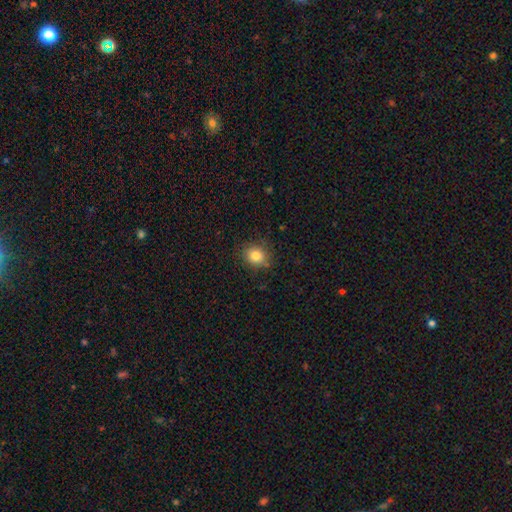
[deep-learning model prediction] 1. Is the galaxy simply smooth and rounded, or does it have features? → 82% smooth, 11% star or artifact, 7% featured or disk.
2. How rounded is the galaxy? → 72% round, 27% in between, 1% cigar-shaped.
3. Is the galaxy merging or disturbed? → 81% none, 15% minor disturbance, 3% major disturbance, 1% merger.